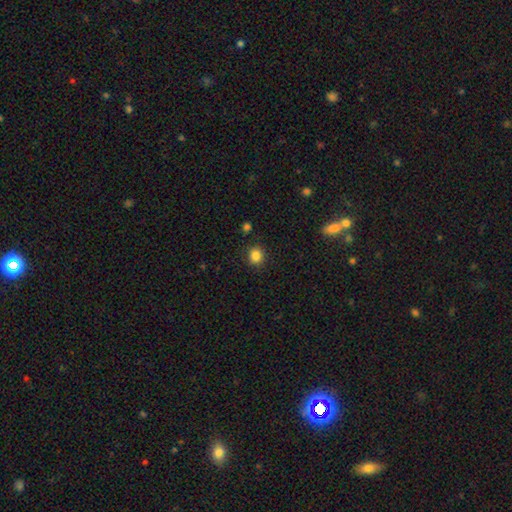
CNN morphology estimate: smooth-or-featured: smooth: 85% | star or artifact: 11% | featured or disk: 4%
  how-rounded: round: 83% | in between: 17% | cigar-shaped: 1%
  merging: none: 88% | minor disturbance: 8% | major disturbance: 2% | merger: 2%